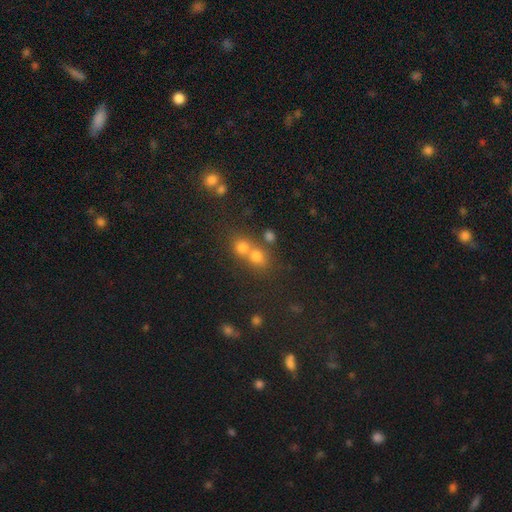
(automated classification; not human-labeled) Morphology: type=smooth (67%); roundness=round (79%); merging=merger (54%).